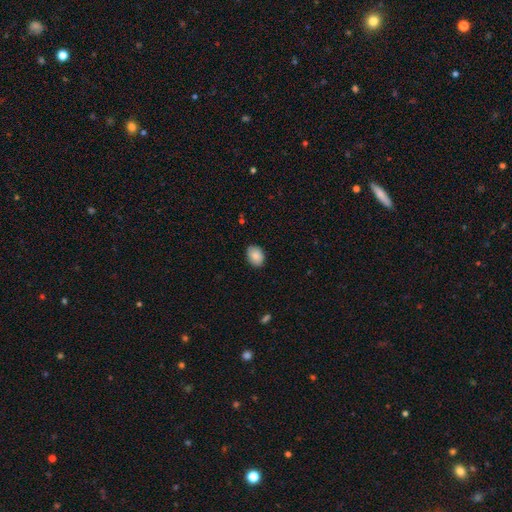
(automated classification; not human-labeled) Smooth or featured?
  - smooth: 88% *
  - star or artifact: 7%
  - featured or disk: 5%
How rounded?
  - in between: 74% *
  - round: 25%
  - cigar-shaped: 1%
Merging?
  - none: 87% *
  - minor disturbance: 10%
  - major disturbance: 2%
  - merger: 1%